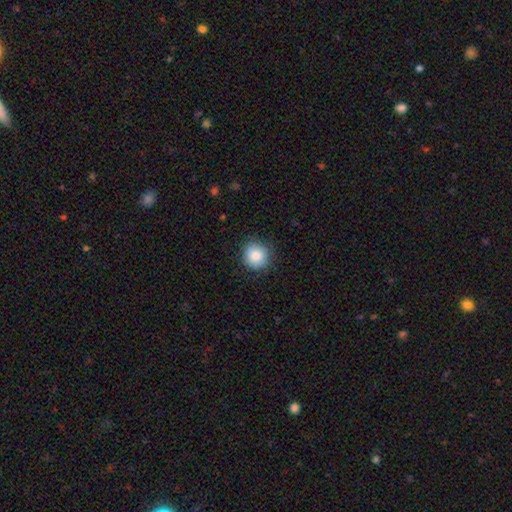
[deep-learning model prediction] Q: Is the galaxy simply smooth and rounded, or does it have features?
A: smooth — 85%.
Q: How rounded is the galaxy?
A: round — 91%.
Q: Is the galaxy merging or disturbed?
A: none — 85%.